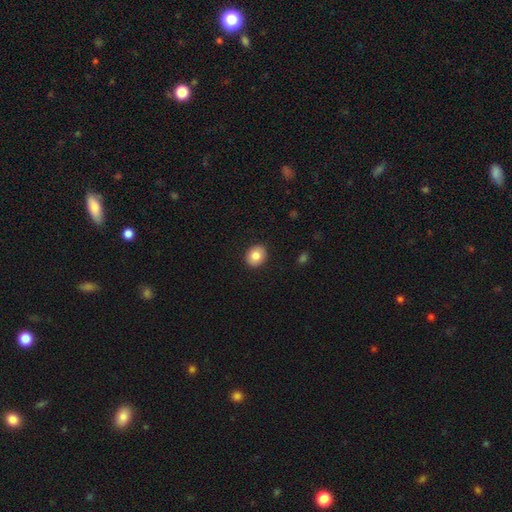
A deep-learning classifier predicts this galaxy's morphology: This is clearly a smooth galaxy (84%). How rounded: possibly round (54%). Merging: clearly none (91%).